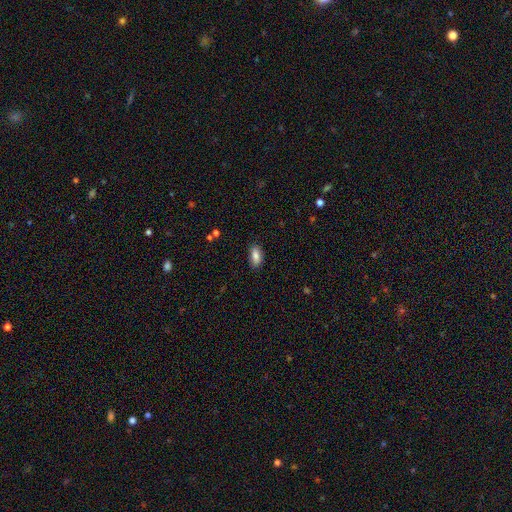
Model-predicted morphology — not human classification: Q: Smooth or featured?
A: smooth (84%); runner-up: featured or disk (8%)
Q: How rounded?
A: in between (86%); runner-up: cigar-shaped (11%)
Q: Merging?
A: none (84%); runner-up: minor disturbance (12%)